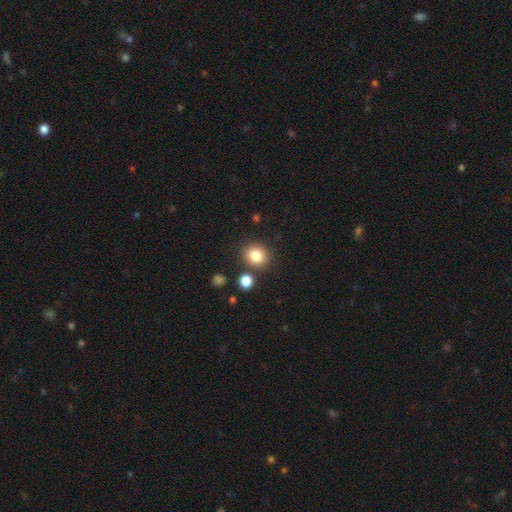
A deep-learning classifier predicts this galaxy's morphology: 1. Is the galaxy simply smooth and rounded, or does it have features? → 83% smooth, 11% star or artifact, 6% featured or disk.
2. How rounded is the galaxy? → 74% round, 25% in between, 1% cigar-shaped.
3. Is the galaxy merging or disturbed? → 81% none, 9% minor disturbance, 7% merger, 3% major disturbance.